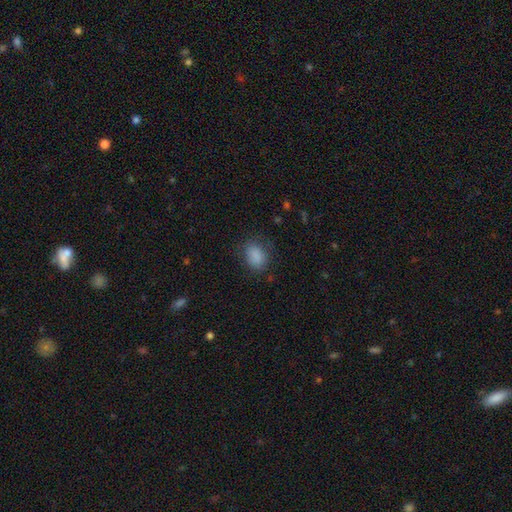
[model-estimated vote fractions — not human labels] Smooth or featured? smooth (86%)
How rounded? in between (68%)
Merging? none (74%)